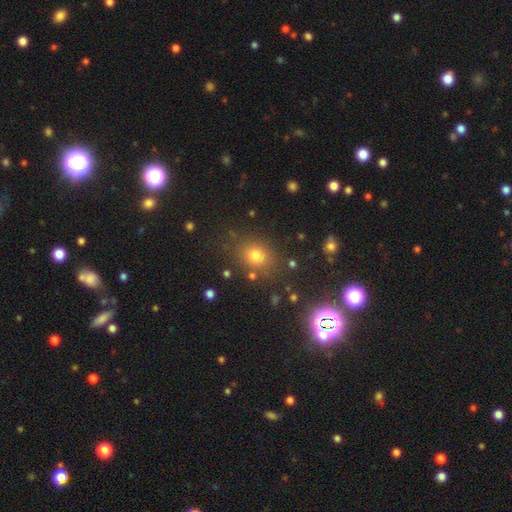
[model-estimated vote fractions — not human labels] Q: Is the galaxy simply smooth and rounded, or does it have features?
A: smooth — 72%.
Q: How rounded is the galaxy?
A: round — 66%.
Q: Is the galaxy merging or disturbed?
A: none — 79%.